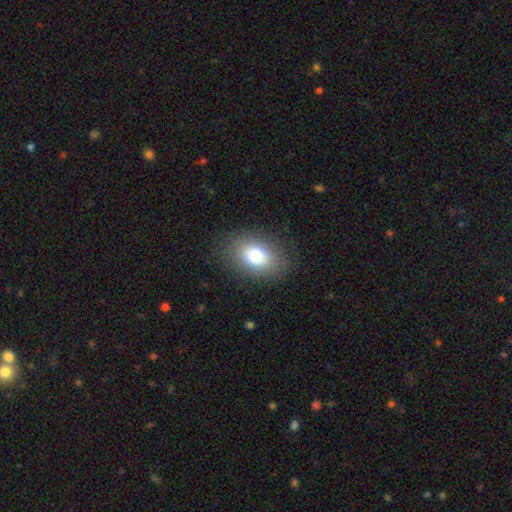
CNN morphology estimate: Overall: smooth (75%). How rounded: in between (77%). Merging: none (83%).